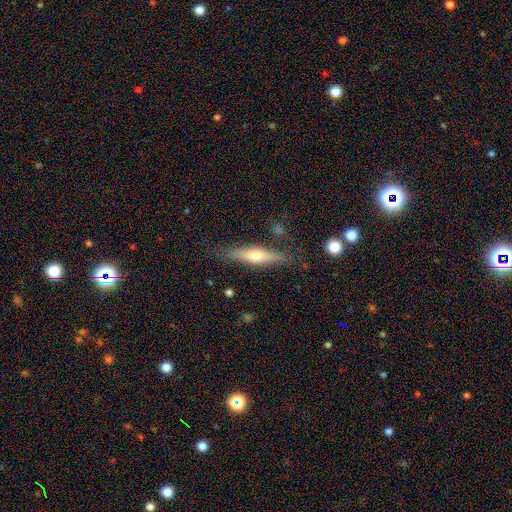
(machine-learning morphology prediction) type=featured or disk (49%); merging=none (82%).